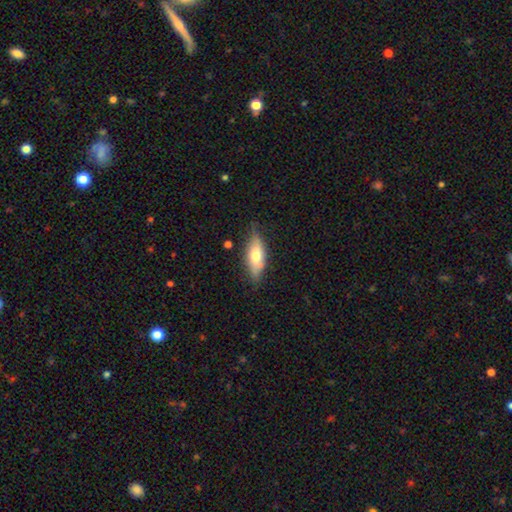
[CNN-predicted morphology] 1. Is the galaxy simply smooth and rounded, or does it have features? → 61% smooth, 33% featured or disk, 6% star or artifact.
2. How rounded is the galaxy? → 63% in between, 34% cigar-shaped, 3% round.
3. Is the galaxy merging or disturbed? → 72% none, 21% minor disturbance, 4% major disturbance, 3% merger.